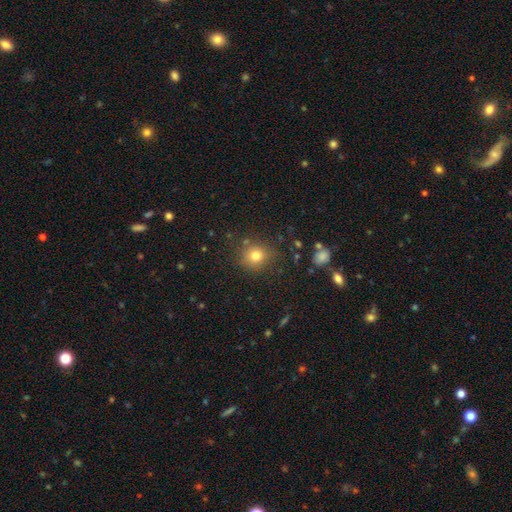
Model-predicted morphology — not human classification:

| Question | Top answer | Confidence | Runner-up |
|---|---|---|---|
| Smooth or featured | smooth | 78% | star or artifact (14%) |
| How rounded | round | 85% | in between (14%) |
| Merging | none | 82% | minor disturbance (11%) |